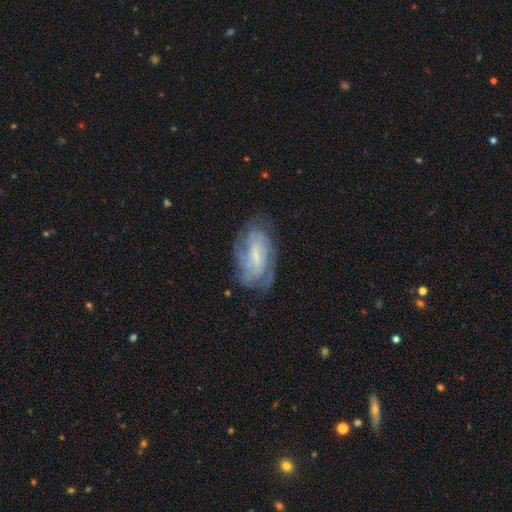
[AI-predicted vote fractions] Morphology: type=featured or disk (71%); edge-on=no (94%); bar=weak (47%); spiral arms=yes (86%); winding=tight (54%); arm count=can't tell (47%); bulge=small (51%); merging=none (67%).